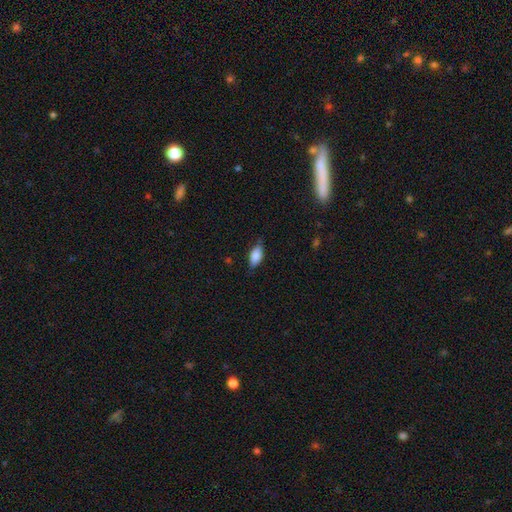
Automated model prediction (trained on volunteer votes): The model was most divided on "merging": none: 73%, minor disturbance: 22%, major disturbance: 4%, merger: 1%. More confident: how rounded — in between (88%); smooth or featured — smooth (80%).